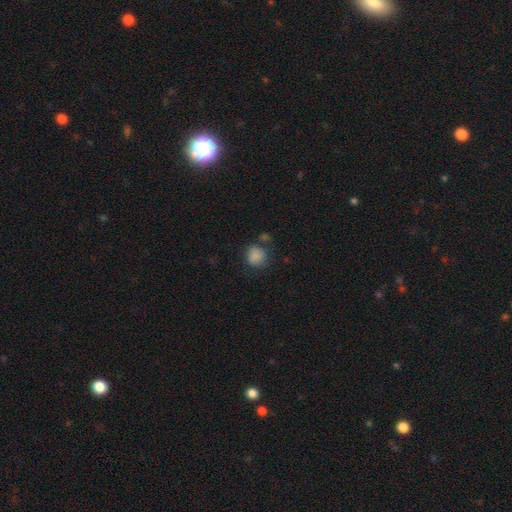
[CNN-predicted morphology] A smooth galaxy with no disk features (85%) that is round (78%).

Vote fractions:
- Smooth or featured? smooth: 85% / star or artifact: 10% / featured or disk: 5%
- How rounded? round: 78% / in between: 21% / cigar-shaped: 1%
- Merging? none: 67% / minor disturbance: 18% / merger: 8% / major disturbance: 7%